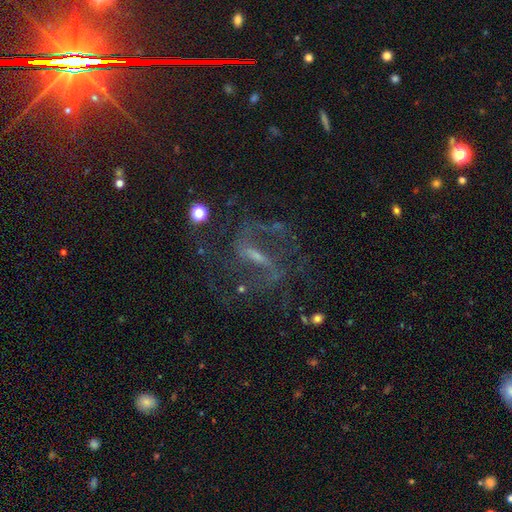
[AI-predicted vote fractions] Q: Smooth or featured?
A: featured or disk (83%); runner-up: star or artifact (11%)
Q: Edge-on disk?
A: no (93%); runner-up: yes (7%)
Q: Bar?
A: strong (54%); runner-up: weak (36%)
Q: Spiral arms?
A: yes (92%); runner-up: no (8%)
Q: Spiral winding?
A: medium (49%); runner-up: loose (36%)
Q: Spiral arm count?
A: 2 (76%); runner-up: can't tell (10%)
Q: Bulge size?
A: small (56%); runner-up: moderate (23%)
Q: Merging?
A: none (63%); runner-up: major disturbance (18%)